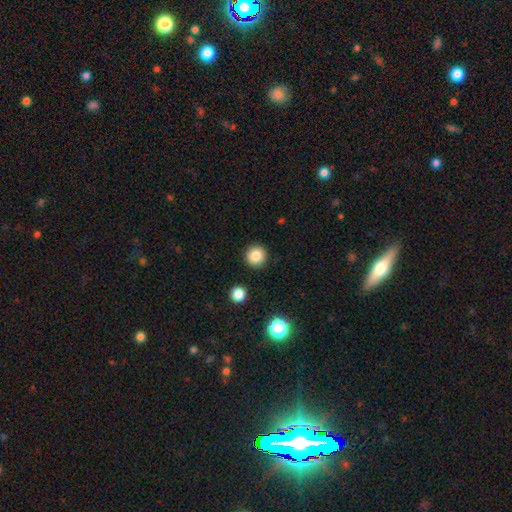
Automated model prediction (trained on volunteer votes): Morphology: type=smooth (85%); roundness=round (95%); merging=none (92%).